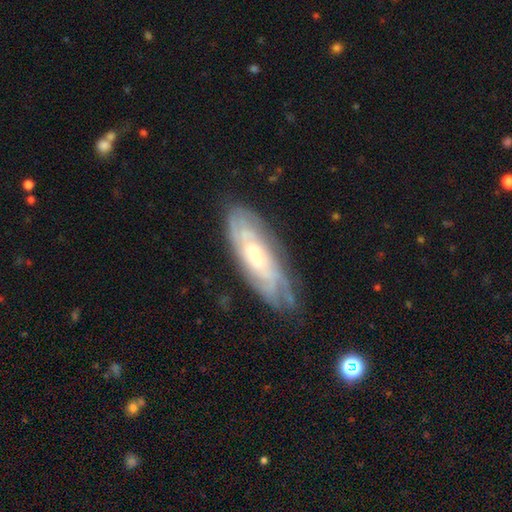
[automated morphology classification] A featured or disk galaxy (74%) with no bar (64%), tight (70%) spiral arms (89%) and a moderate central bulge (50%). Merging: none (73%).